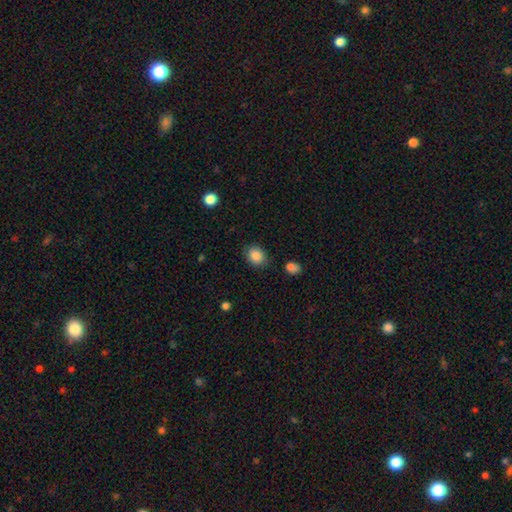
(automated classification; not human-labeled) smooth-or-featured: smooth: 86% | star or artifact: 9% | featured or disk: 5%
  how-rounded: round: 60% | in between: 39% | cigar-shaped: 1%
  merging: none: 83% | minor disturbance: 11% | major disturbance: 3% | merger: 2%